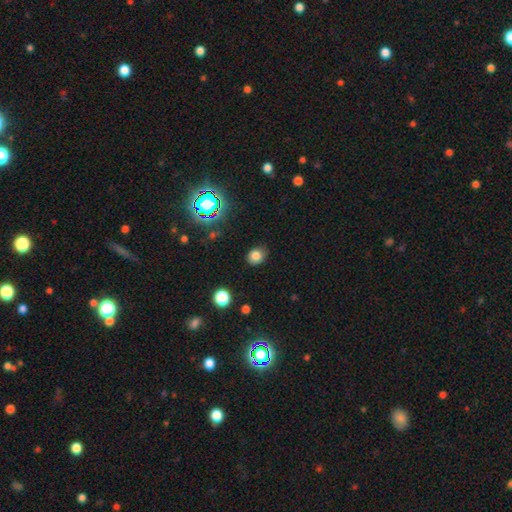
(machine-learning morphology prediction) Smooth or featured? smooth (79%)
How rounded? round (63%)
Merging? none (83%)